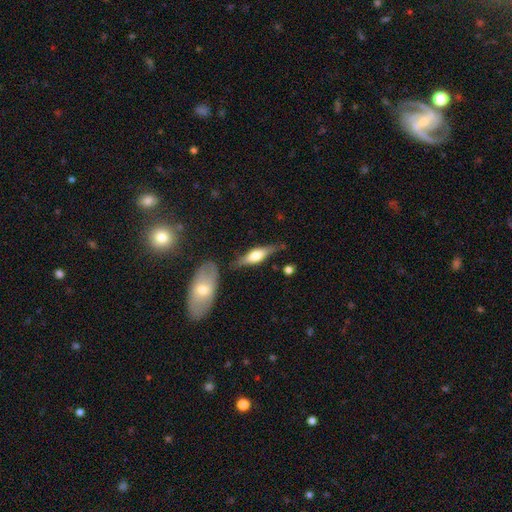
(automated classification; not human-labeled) Morphology: type=featured or disk (56%); edge-on=yes (90%); edge-on bulge=rounded (87%); merging=none (71%).